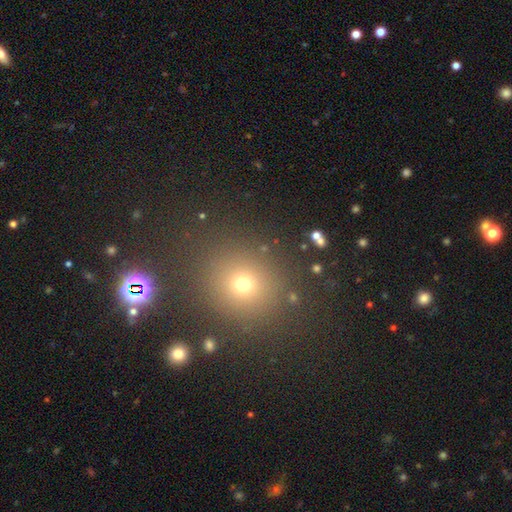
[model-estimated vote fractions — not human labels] smooth_or_featured: smooth (p=0.57) [alt: star or artifact p=0.35]
how_rounded: round (p=0.87) [alt: in between p=0.12]
merging: none (p=0.87) [alt: minor disturbance p=0.07]